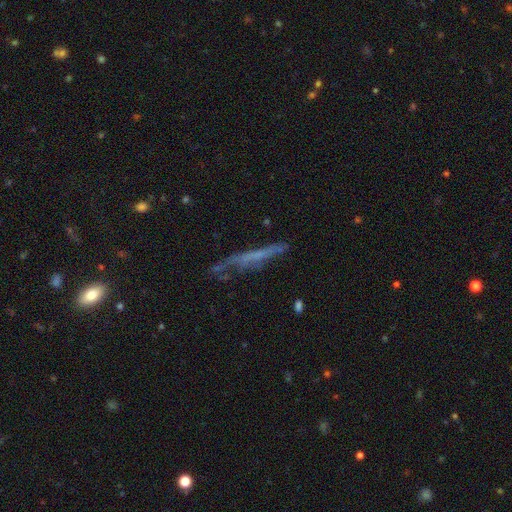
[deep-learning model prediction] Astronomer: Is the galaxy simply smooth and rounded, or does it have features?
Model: featured or disk — 54% (runner-up: smooth, 33%).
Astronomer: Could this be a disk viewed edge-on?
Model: yes — 73%.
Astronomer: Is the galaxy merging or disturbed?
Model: none — 56%.